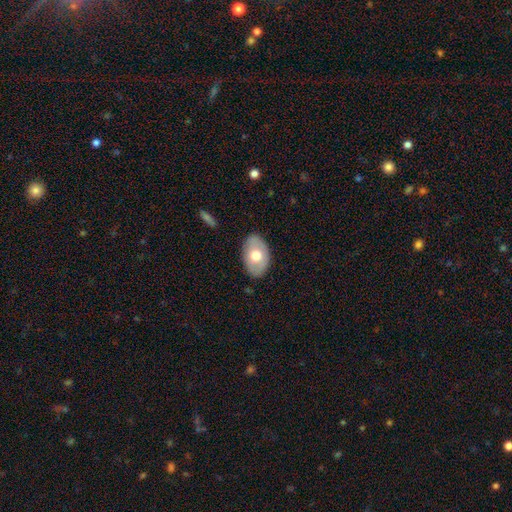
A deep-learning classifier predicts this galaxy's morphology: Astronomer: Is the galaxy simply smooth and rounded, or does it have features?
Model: smooth — 63%.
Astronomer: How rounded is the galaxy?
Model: in between — 89%.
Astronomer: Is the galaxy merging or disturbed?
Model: none — 84%.